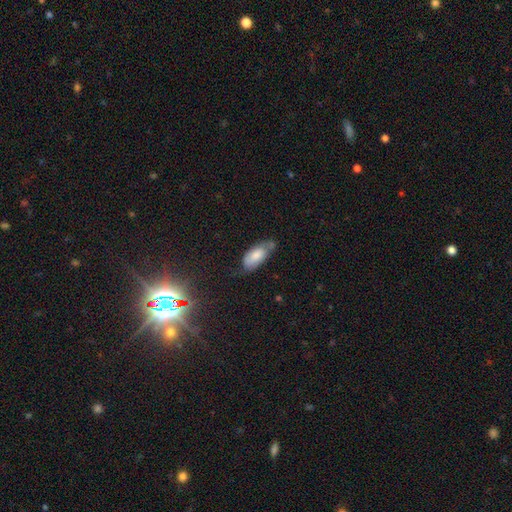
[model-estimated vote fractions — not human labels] Smooth or featured? smooth (71%)
How rounded? in between (86%)
Merging? none (49%)